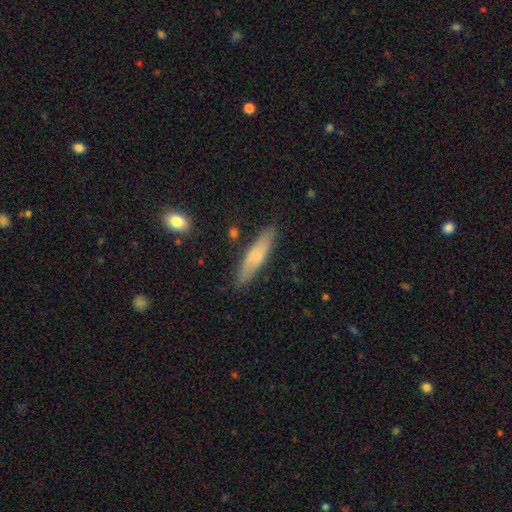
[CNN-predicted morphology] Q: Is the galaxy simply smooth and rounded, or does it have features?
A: smooth — 68%.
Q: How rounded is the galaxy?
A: cigar-shaped — 80%.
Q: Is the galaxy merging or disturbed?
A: none — 84%.